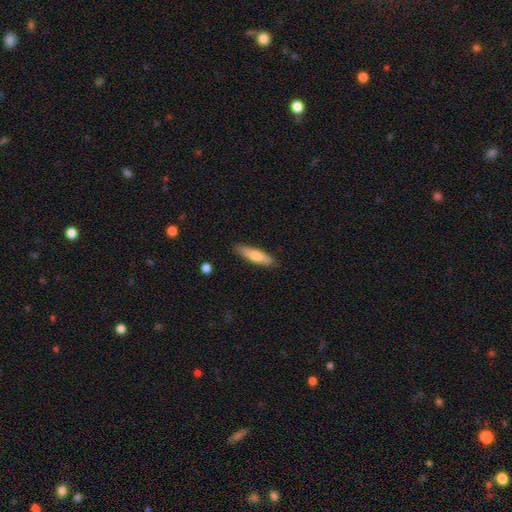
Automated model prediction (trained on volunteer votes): smooth 72%, featured or disk 22%, star or artifact 6%. Down the decision tree: how rounded — cigar-shaped (71%); merging — none (86%).